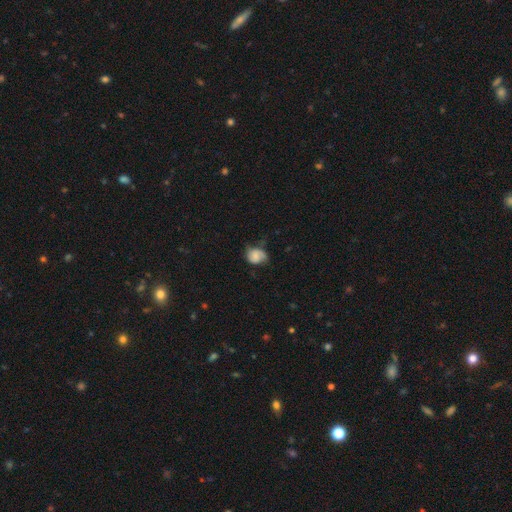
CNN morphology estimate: The model was most divided on "how rounded": in between: 52%, round: 47%, cigar-shaped: 1%. Remaining: smooth or featured — smooth (59%); merging — none (43%).